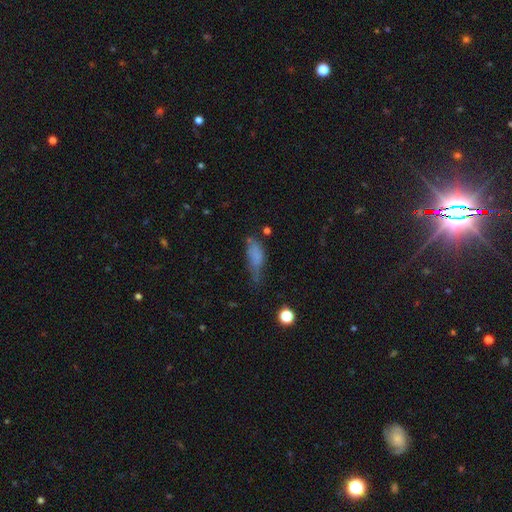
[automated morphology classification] Q: Smooth or featured?
A: smooth (68%); runner-up: featured or disk (20%)
Q: How rounded?
A: in between (59%); runner-up: cigar-shaped (37%)
Q: Merging?
A: minor disturbance (37%); runner-up: none (34%)